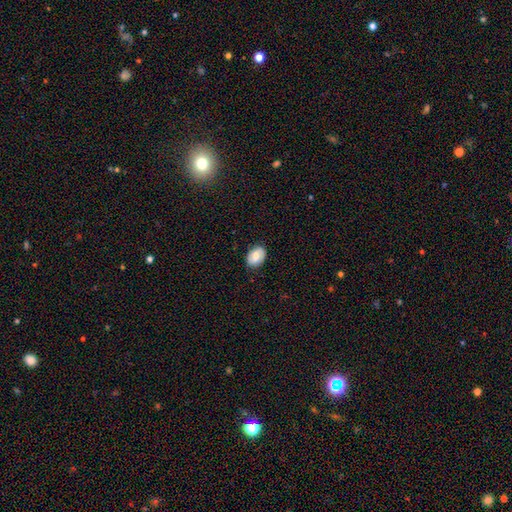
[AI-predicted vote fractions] Smooth or featured: smooth — 56% (featured or disk — 36%)
How rounded: in between — 68% (round — 31%)
Merging: none — 85% (minor disturbance — 11%)